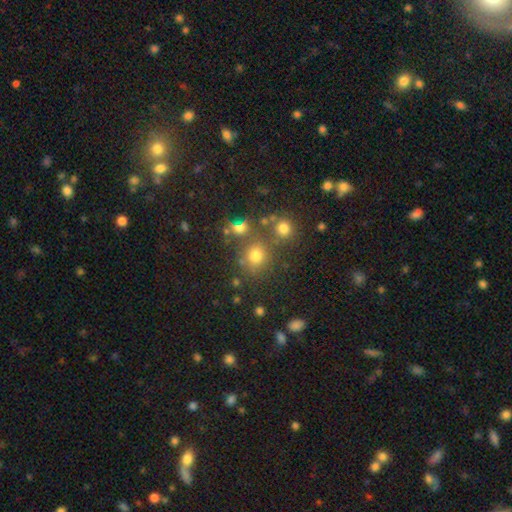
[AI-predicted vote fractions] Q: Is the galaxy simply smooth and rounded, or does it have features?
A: smooth — 69%.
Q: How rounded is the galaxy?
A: round — 80%.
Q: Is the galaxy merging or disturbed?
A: none — 65%.